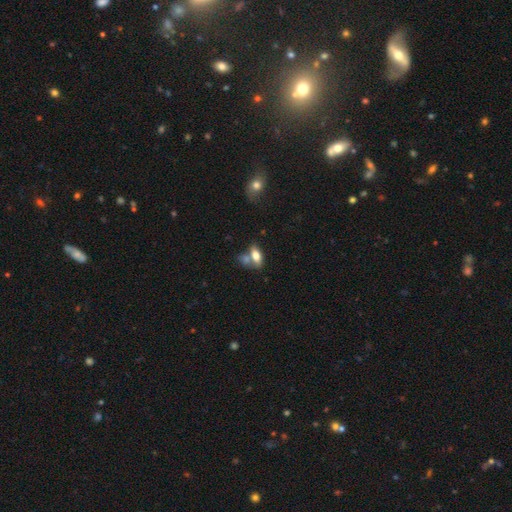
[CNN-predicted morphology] The model was most divided on "merging": none: 44%, merger: 37%, minor disturbance: 13%, major disturbance: 6%. More confident: how rounded — in between (83%); smooth or featured — smooth (72%).